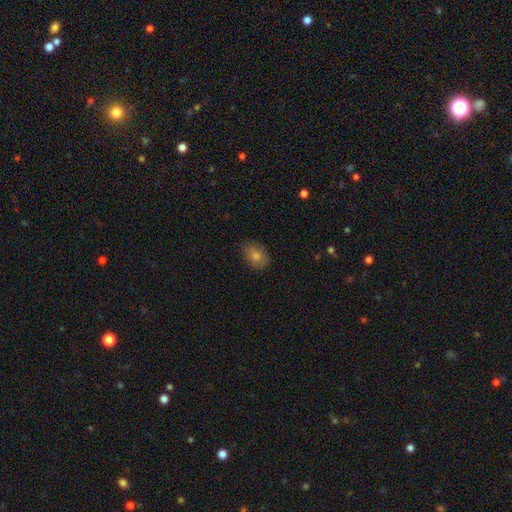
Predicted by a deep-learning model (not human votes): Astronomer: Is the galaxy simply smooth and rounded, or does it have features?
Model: smooth — 76%.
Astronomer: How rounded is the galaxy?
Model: in between — 70%.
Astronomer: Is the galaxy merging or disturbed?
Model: none — 84%.